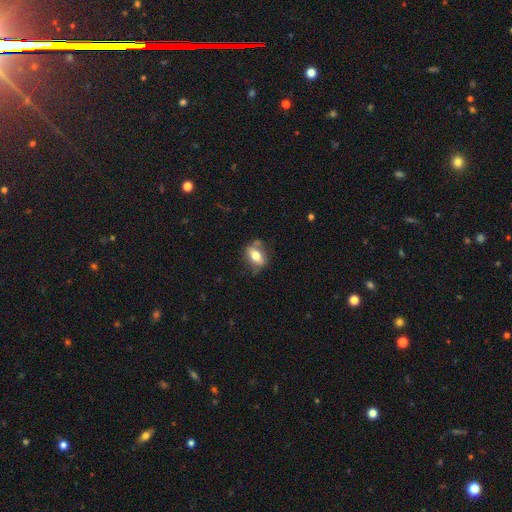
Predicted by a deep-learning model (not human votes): This appears to be a smooth galaxy with no disk features (60%) that is in between round and cigar-shaped (77%). Merging: none (67%).